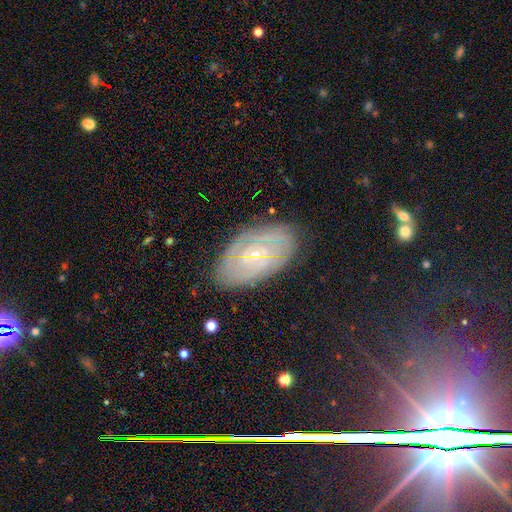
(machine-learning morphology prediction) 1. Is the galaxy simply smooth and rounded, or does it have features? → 77% featured or disk, 14% smooth, 9% star or artifact.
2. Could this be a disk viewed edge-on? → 95% no, 5% yes.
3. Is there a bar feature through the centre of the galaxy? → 69% no, 24% weak, 7% strong.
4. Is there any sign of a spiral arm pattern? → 87% yes, 13% no.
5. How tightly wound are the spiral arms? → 81% tight, 15% medium, 5% loose.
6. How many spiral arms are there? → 47% can't tell, 23% 2, 10% 3, 8% 4, 6% more than 4, 6% 1.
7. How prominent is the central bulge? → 81% small, 15% moderate, 1% none, 1% large, 1% dominant.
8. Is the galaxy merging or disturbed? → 81% none, 14% minor disturbance, 4% major disturbance, 1% merger.